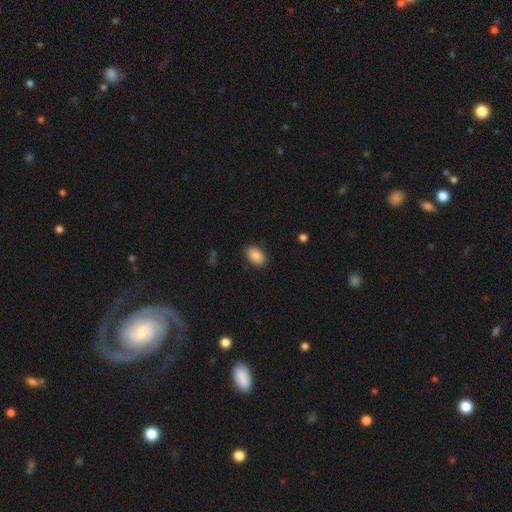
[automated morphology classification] Q: Smooth or featured?
A: smooth (88%); runner-up: star or artifact (7%)
Q: How rounded?
A: in between (90%); runner-up: round (8%)
Q: Merging?
A: none (86%); runner-up: minor disturbance (10%)